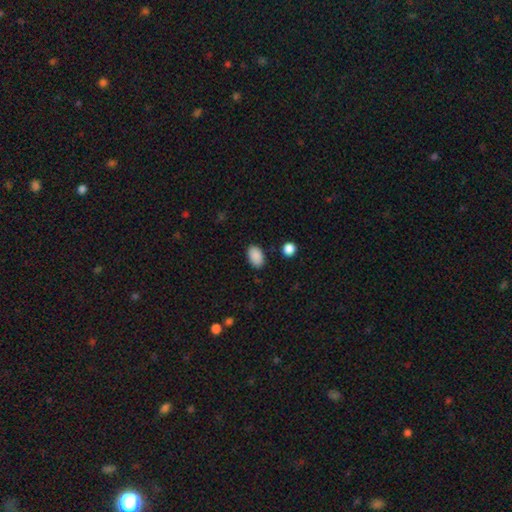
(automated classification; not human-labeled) The model was most divided on "merging": none: 86%, minor disturbance: 9%, major disturbance: 3%, merger: 2%. More confident: how rounded — in between (91%); smooth or featured — smooth (90%).